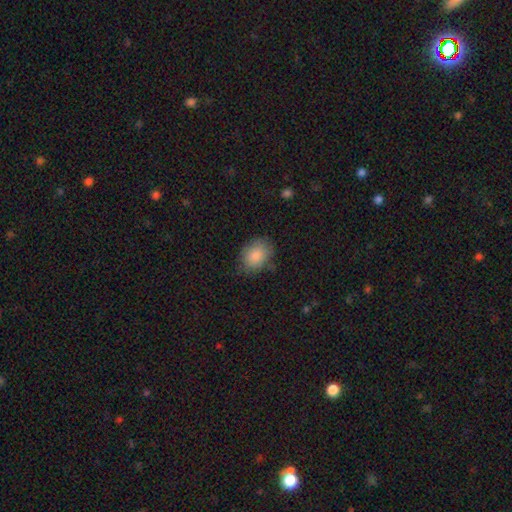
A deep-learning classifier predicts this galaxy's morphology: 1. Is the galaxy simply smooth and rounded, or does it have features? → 86% smooth, 8% star or artifact, 7% featured or disk.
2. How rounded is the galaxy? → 66% in between, 33% round, 1% cigar-shaped.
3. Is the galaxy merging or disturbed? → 74% none, 20% minor disturbance, 5% major disturbance, 2% merger.